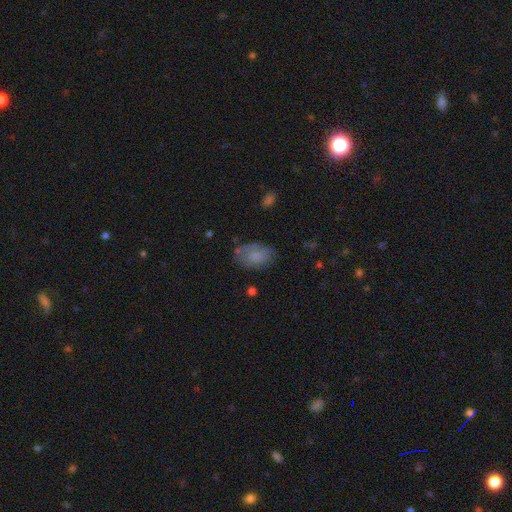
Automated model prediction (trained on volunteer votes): Morphology: type=smooth (75%); roundness=in between (89%); merging=none (60%).